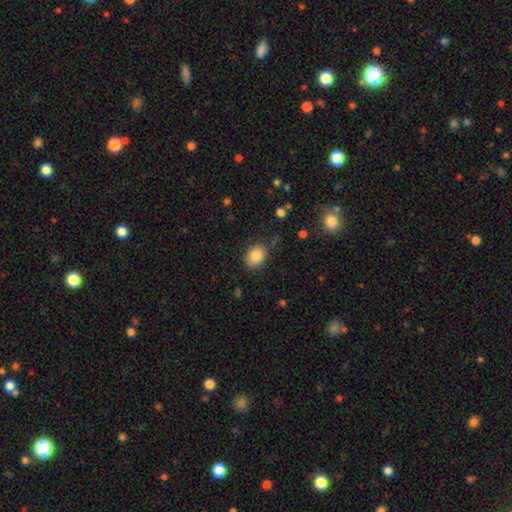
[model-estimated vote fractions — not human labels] The model was most divided on "how rounded": in between: 63%, round: 36%, cigar-shaped: 1%. More confident: smooth or featured — smooth (83%); merging — none (78%).